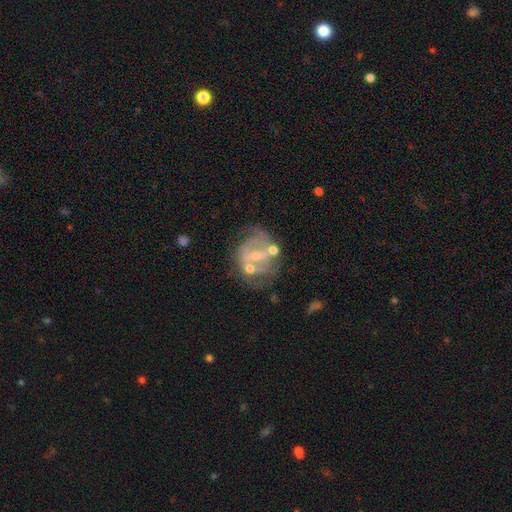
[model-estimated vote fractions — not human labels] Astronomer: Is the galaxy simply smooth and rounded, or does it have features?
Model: featured or disk — 74%.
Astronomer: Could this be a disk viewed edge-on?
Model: no — 97%.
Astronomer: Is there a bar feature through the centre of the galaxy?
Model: weak — 40% (runner-up: no, 33%).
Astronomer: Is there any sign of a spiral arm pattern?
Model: yes — 63%.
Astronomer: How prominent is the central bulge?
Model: small — 60%.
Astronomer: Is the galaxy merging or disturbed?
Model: none — 46%.